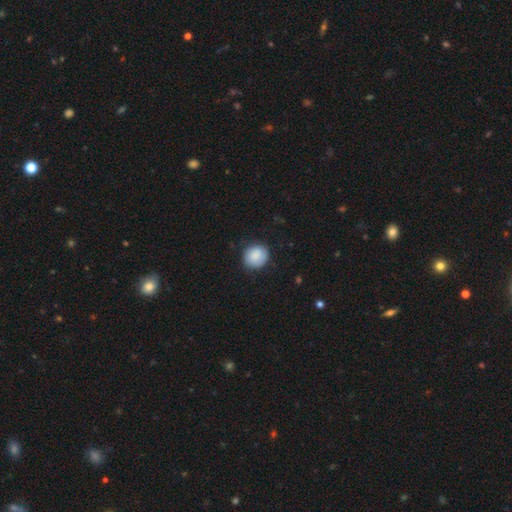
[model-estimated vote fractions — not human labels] Smooth or featured? smooth (85%)
How rounded? round (82%)
Merging? none (81%)